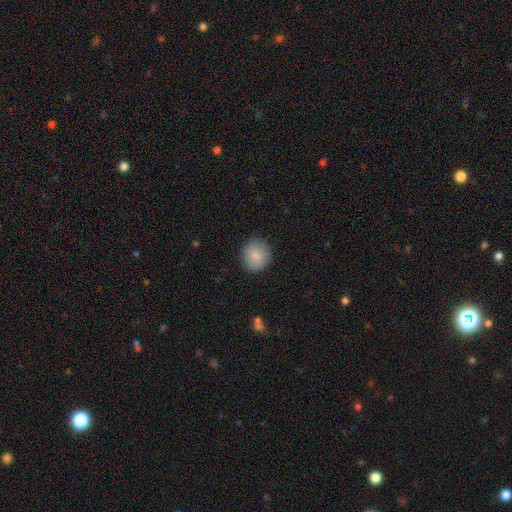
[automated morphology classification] Smooth or featured?
  - smooth: 85% *
  - featured or disk: 7%
  - star or artifact: 7%
How rounded?
  - round: 87% *
  - in between: 12%
  - cigar-shaped: 1%
Merging?
  - none: 87% *
  - minor disturbance: 9%
  - major disturbance: 2%
  - merger: 1%